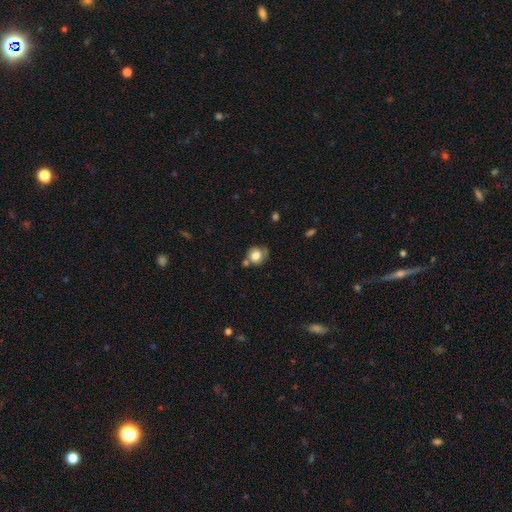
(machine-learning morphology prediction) A smooth galaxy with no disk features (75%) that is round (75%). Merging: none (52%).